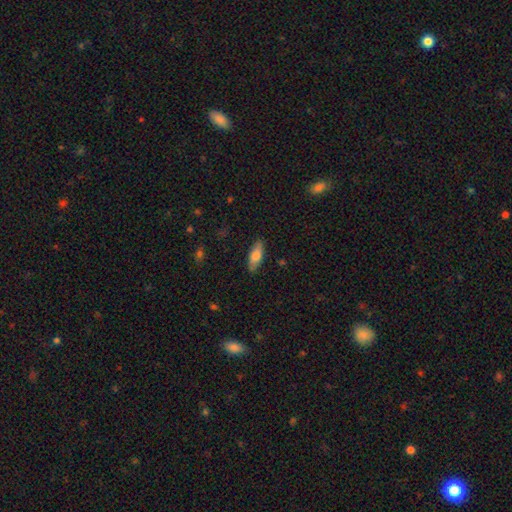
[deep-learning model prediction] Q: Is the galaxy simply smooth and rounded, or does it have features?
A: smooth — 74%.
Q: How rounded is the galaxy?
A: in between — 70%.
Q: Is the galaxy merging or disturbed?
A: none — 87%.